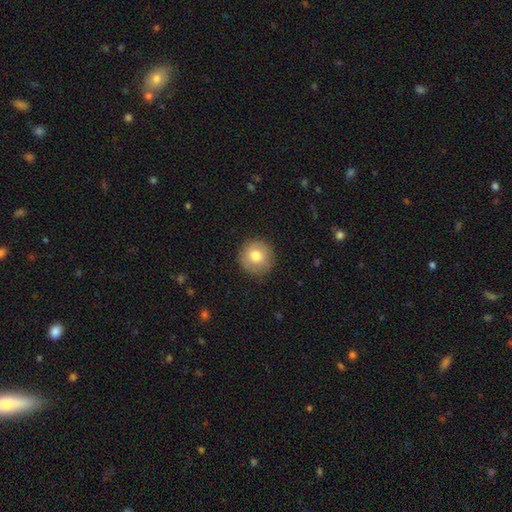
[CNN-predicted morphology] The model was most divided on "smooth or featured": smooth: 76%, featured or disk: 17%, star or artifact: 8%. More confident: how rounded — round (95%); merging — none (86%).